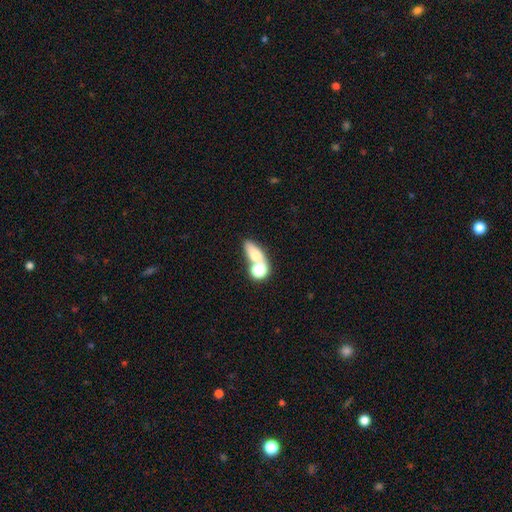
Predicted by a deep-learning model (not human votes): A smooth galaxy with no disk features (65%) that is in between round and cigar-shaped (60%). Merging: merger (43%).